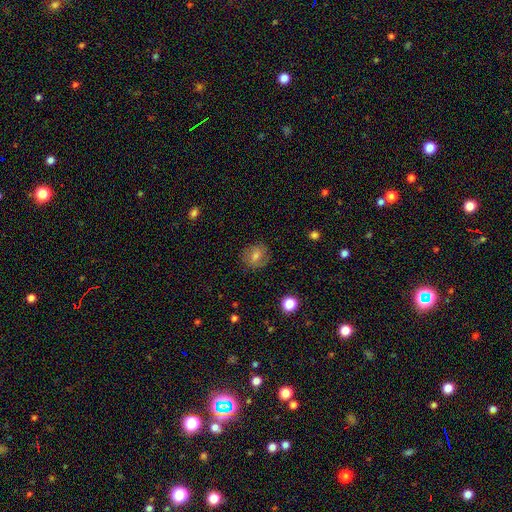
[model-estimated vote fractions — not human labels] A smooth galaxy with no disk features (55%) that is round (81%). Merging: none (83%).